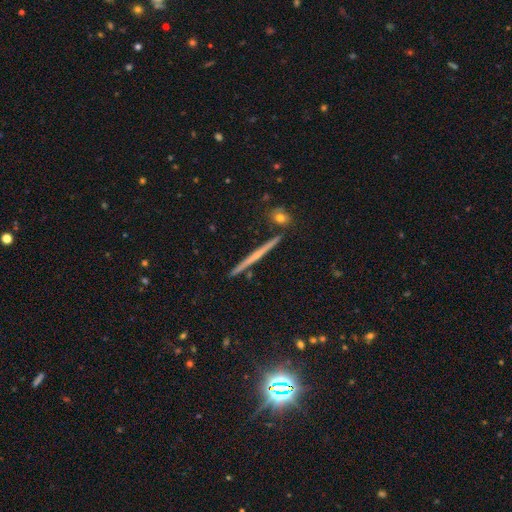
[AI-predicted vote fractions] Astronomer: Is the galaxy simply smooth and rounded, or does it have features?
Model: featured or disk — 68%.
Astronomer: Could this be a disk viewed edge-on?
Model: yes — 98%.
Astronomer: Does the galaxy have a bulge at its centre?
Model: none — 58% (runner-up: rounded, 37%).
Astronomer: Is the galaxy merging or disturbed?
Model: none — 91%.